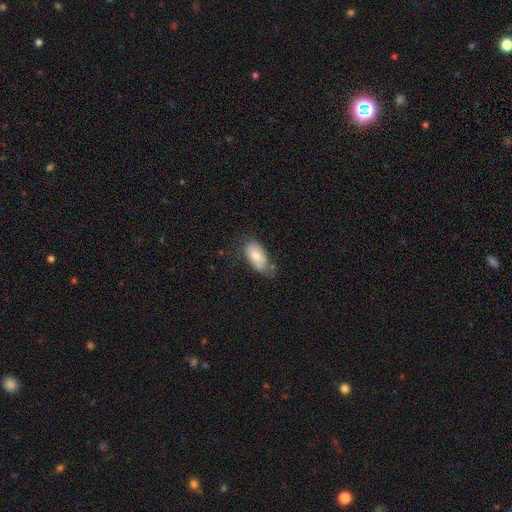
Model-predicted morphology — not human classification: smooth_or_featured: smooth (p=0.65) [alt: featured or disk p=0.27]
how_rounded: in between (p=0.93) [alt: round p=0.04]
merging: none (p=0.52) [alt: minor disturbance p=0.32]